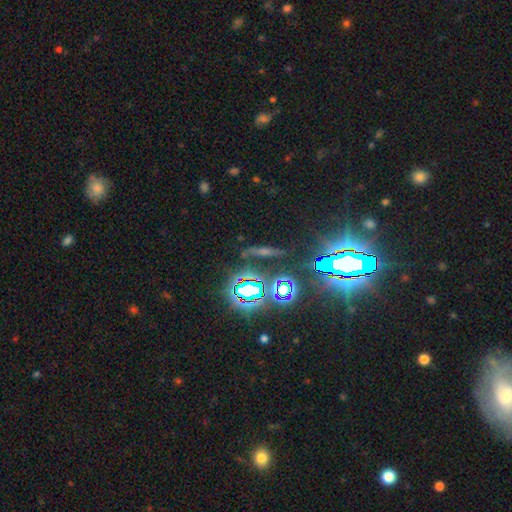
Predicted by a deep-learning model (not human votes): This appears to be a star or artifact, not a galaxy (84%).